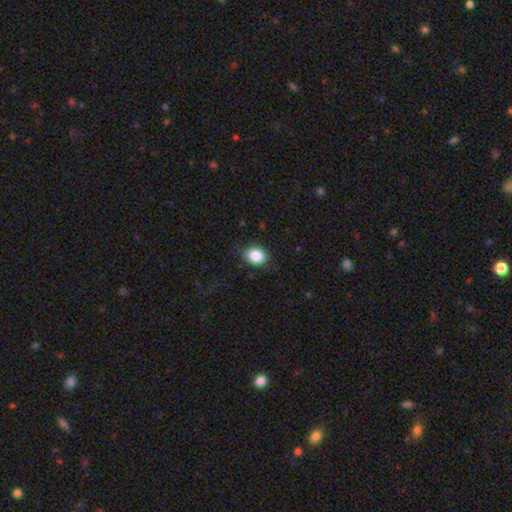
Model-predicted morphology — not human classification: Smooth or featured?
  - smooth: 87% *
  - star or artifact: 8%
  - featured or disk: 5%
How rounded?
  - in between: 68% *
  - round: 30%
  - cigar-shaped: 1%
Merging?
  - none: 81% *
  - minor disturbance: 14%
  - major disturbance: 4%
  - merger: 1%